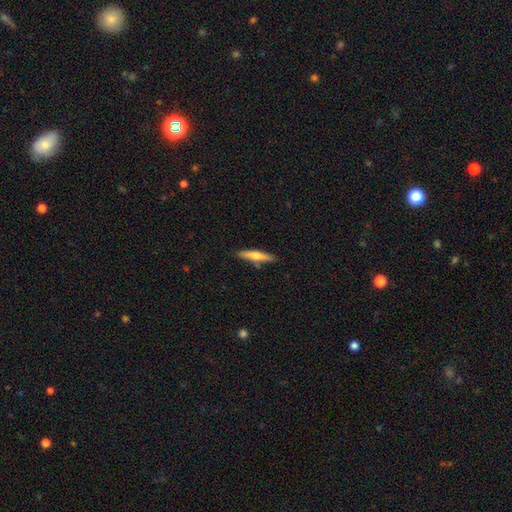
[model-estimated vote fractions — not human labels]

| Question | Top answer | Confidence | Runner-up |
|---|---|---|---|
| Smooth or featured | smooth | 55% | featured or disk (39%) |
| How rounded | cigar-shaped | 86% | in between (12%) |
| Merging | none | 83% | minor disturbance (11%) |